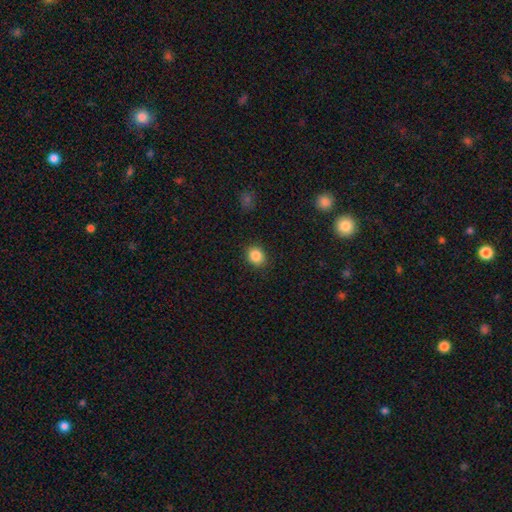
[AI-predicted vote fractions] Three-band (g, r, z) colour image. It shows a smooth galaxy with no disk features (86%) that is round (71%). Merging: none (90%).